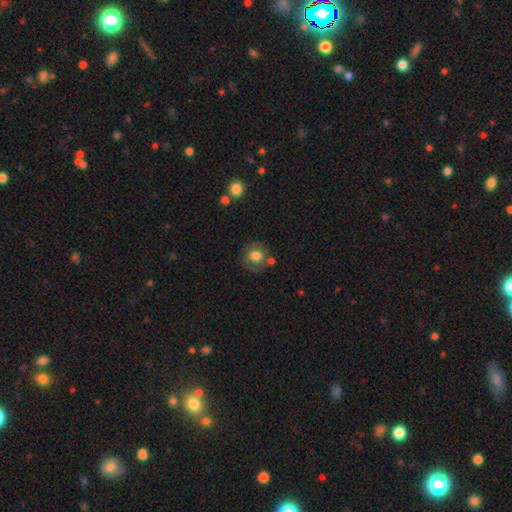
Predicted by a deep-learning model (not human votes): The model was most divided on "smooth or featured": smooth: 73%, featured or disk: 19%, star or artifact: 9%. More confident: how rounded — round (87%); merging — none (70%).